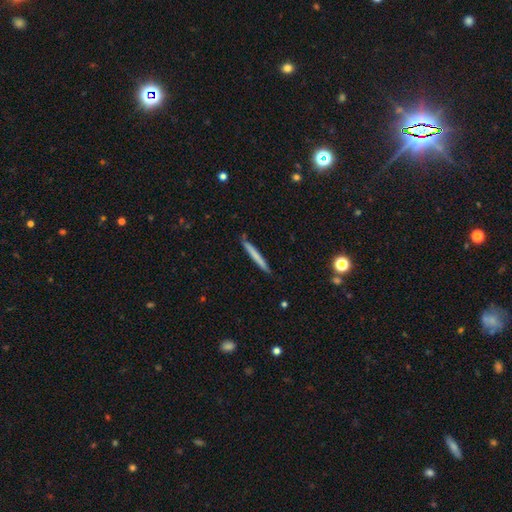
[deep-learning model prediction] The model was most divided on "smooth or featured": smooth: 68%, featured or disk: 26%, star or artifact: 6%. More confident: how rounded — cigar-shaped (97%); merging — none (89%).